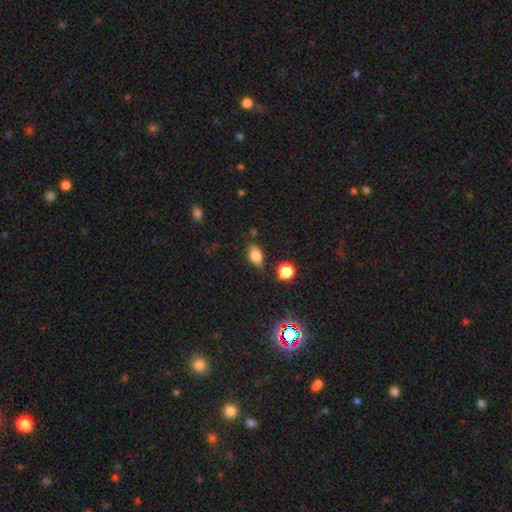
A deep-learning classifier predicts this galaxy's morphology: Smooth or featured?
  - smooth: 77% *
  - star or artifact: 12%
  - featured or disk: 10%
How rounded?
  - in between: 76% *
  - round: 21%
  - cigar-shaped: 3%
Merging?
  - none: 70% *
  - minor disturbance: 21%
  - major disturbance: 5%
  - merger: 4%